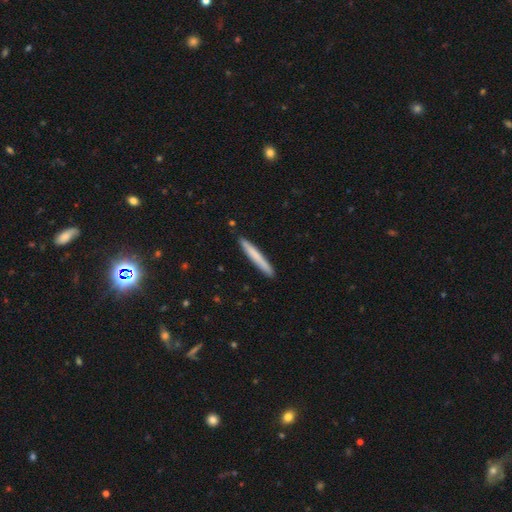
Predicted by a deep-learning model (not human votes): Smooth or featured? Predicted: smooth (p=0.72). How rounded? Predicted: cigar-shaped (p=0.97). Merging? Predicted: none (p=0.90).